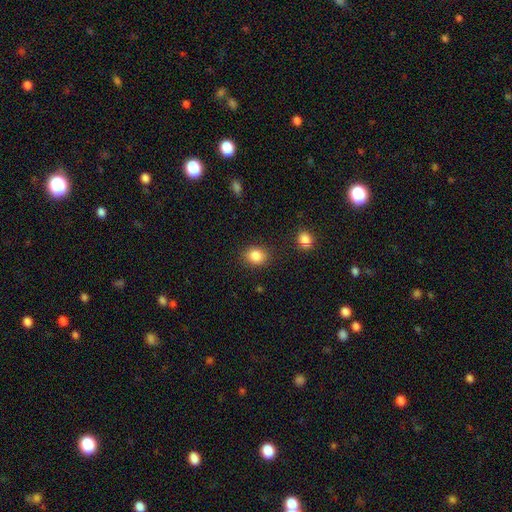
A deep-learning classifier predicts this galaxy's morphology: This appears to be a smooth galaxy with no disk features (86%) that is round (61%). Merging: none (85%).